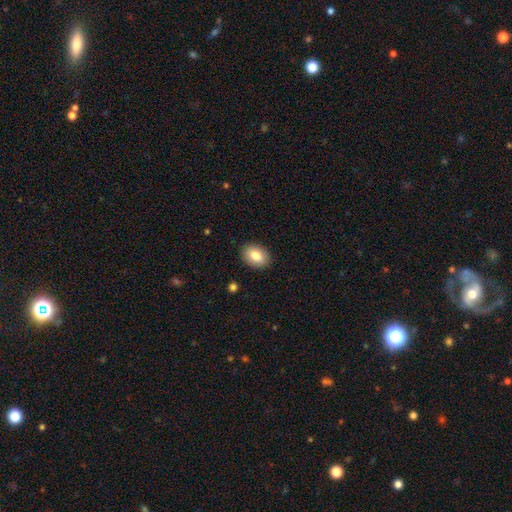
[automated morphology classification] Q: Smooth or featured?
A: smooth (84%); runner-up: featured or disk (9%)
Q: How rounded?
A: in between (76%); runner-up: round (23%)
Q: Merging?
A: none (90%); runner-up: minor disturbance (8%)